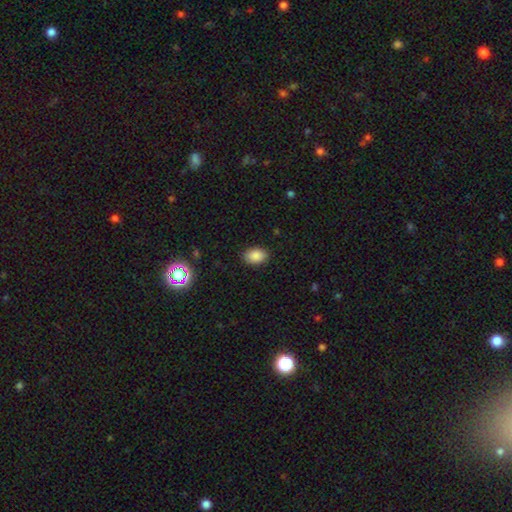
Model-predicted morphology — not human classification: Smooth or featured?
  - smooth: 86% *
  - star or artifact: 10%
  - featured or disk: 4%
How rounded?
  - in between: 85% *
  - round: 14%
  - cigar-shaped: 1%
Merging?
  - none: 88% *
  - minor disturbance: 9%
  - major disturbance: 2%
  - merger: 1%